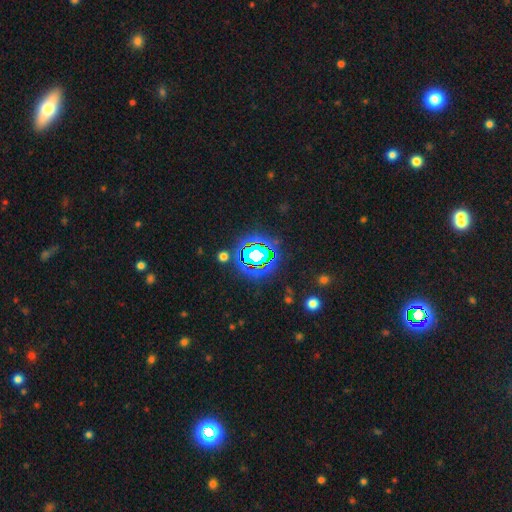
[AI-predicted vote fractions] Smooth or featured?
  - star or artifact: 71% *
  - smooth: 17%
  - featured or disk: 12%